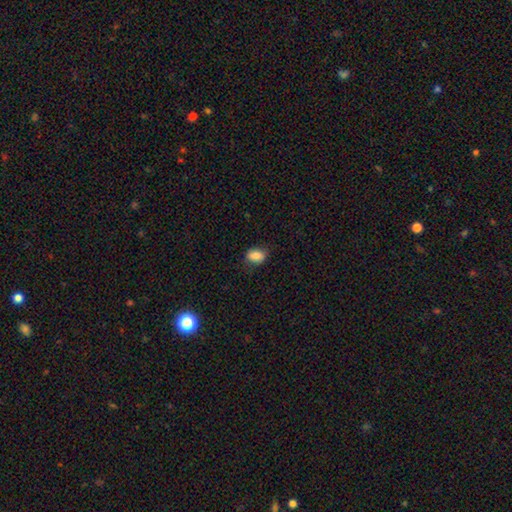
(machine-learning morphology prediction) The model was most divided on "how rounded": in between: 71%, round: 28%, cigar-shaped: 1%. More confident: smooth or featured — smooth (86%); merging — none (79%).